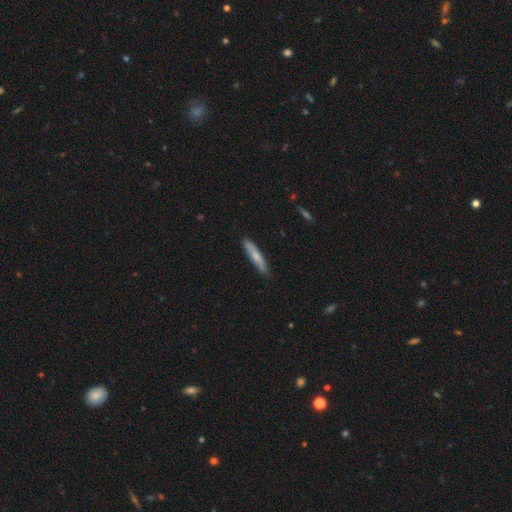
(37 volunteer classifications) A smooth galaxy with no disk features (59%) that is cigar-shaped (91%). Merging: none (85%).